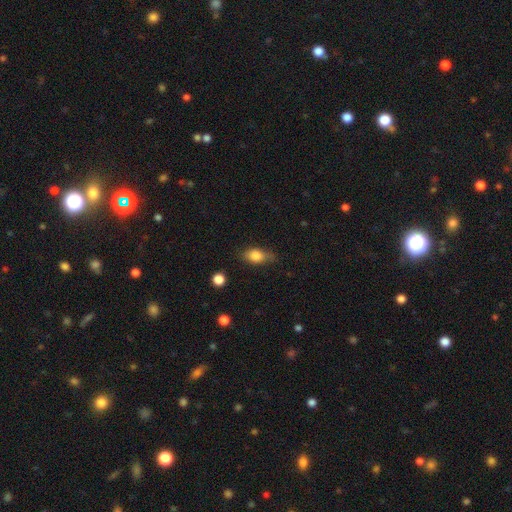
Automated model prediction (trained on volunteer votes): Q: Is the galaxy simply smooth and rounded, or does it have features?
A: smooth — 78%.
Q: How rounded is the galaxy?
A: in between — 79%.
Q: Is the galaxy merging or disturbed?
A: none — 68%.